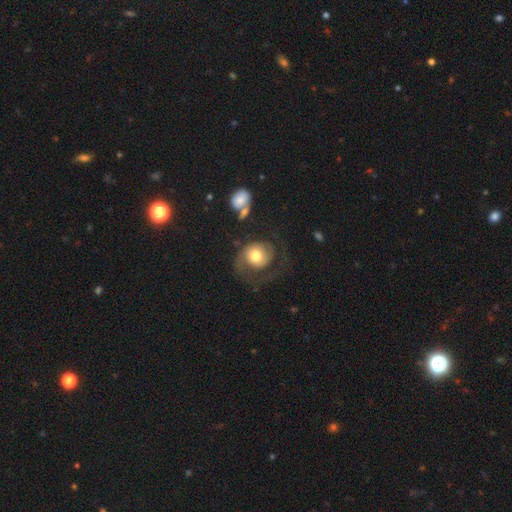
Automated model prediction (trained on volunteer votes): Smooth or featured: smooth — 48% (featured or disk — 45%)
Merging: major disturbance — 39% (none — 38%)